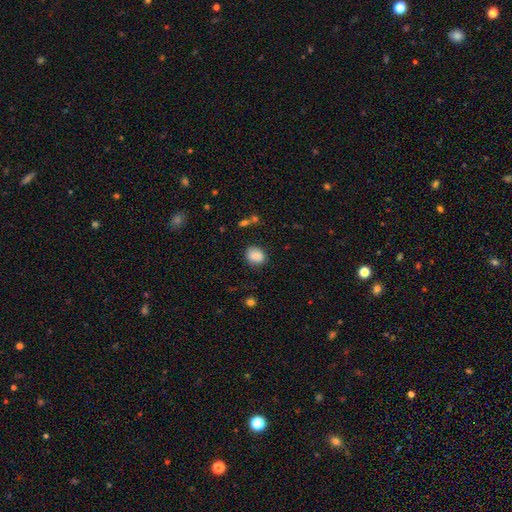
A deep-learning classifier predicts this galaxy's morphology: Smooth or featured: smooth — 86% (star or artifact — 8%)
How rounded: round — 58% (in between — 41%)
Merging: none — 80% (minor disturbance — 14%)